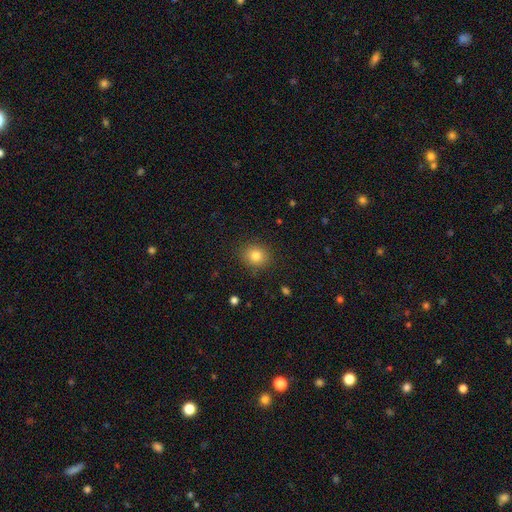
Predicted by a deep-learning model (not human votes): Smooth or featured?
  - smooth: 82% *
  - star or artifact: 11%
  - featured or disk: 7%
How rounded?
  - round: 79% *
  - in between: 20%
  - cigar-shaped: 1%
Merging?
  - none: 87% *
  - minor disturbance: 9%
  - major disturbance: 3%
  - merger: 1%